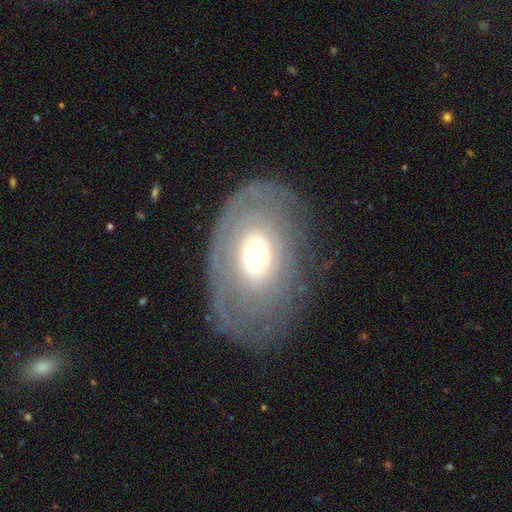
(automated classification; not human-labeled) Smooth or featured? Predicted: featured or disk (p=0.65). Edge-on disk? Predicted: no (p=0.93). Bar? Predicted: no (p=0.87). Spiral arms? Predicted: no (p=0.54). Bulge size? Predicted: small (p=0.44). Merging? Predicted: none (p=0.69).